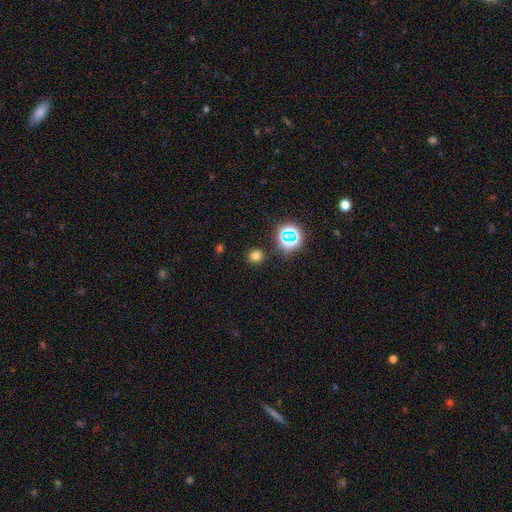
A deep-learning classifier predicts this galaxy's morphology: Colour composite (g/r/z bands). It shows a smooth galaxy with no disk features (72%) that is round (91%). Merging: none (89%).